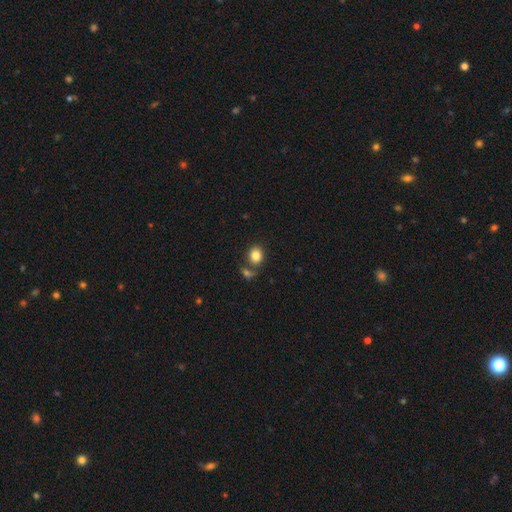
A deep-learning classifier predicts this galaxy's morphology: Smooth or featured: smooth — 83% (star or artifact — 9%)
How rounded: round — 59% (in between — 40%)
Merging: none — 64% (merger — 21%)